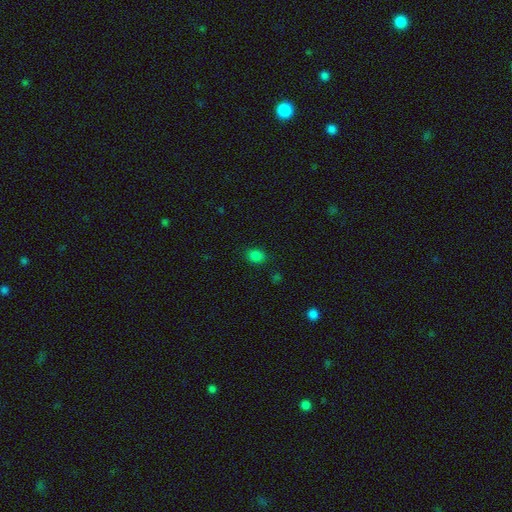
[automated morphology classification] This is clearly a smooth galaxy (82%). How rounded: possibly round (53%). Merging: clearly none (87%).